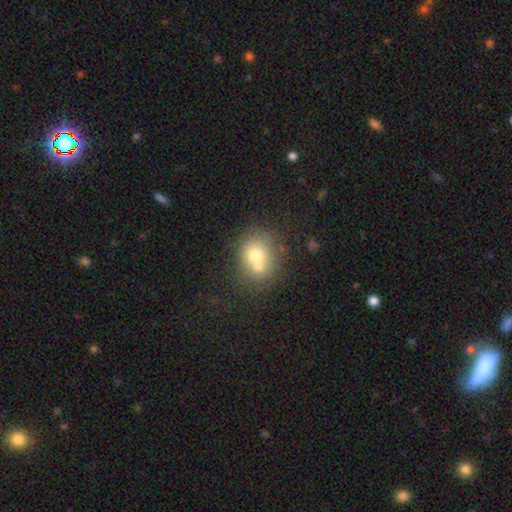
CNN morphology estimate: Smooth or featured: smooth — 64% (featured or disk — 24%)
How rounded: round — 70% (in between — 29%)
Merging: merger — 49% (none — 35%)